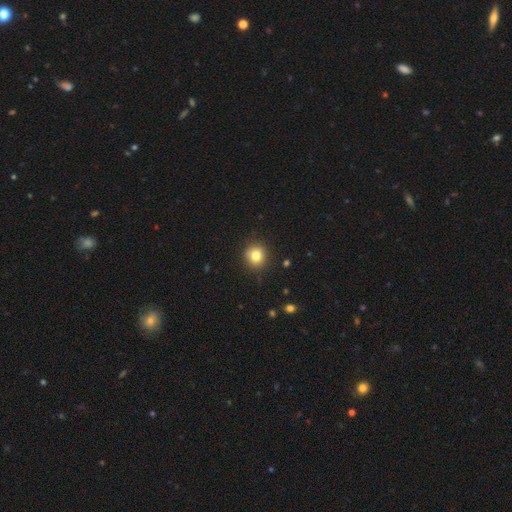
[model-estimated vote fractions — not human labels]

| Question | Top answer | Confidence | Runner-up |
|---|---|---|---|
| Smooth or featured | smooth | 80% | star or artifact (12%) |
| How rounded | round | 89% | in between (10%) |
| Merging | none | 87% | minor disturbance (9%) |